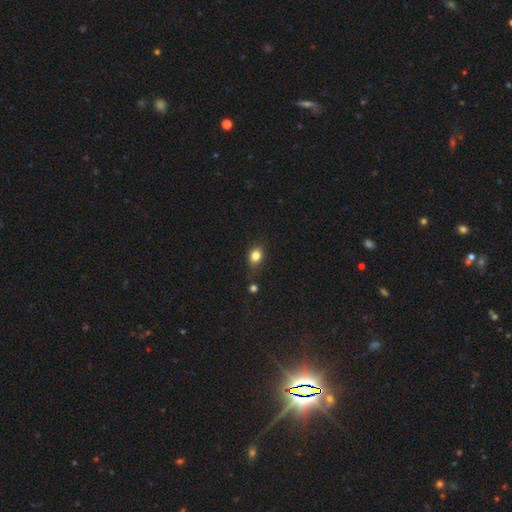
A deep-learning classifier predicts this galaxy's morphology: smooth-or-featured: smooth: 81% | star or artifact: 11% | featured or disk: 8%
  how-rounded: in between: 63% | round: 35% | cigar-shaped: 2%
  merging: none: 74% | minor disturbance: 18% | major disturbance: 5% | merger: 4%